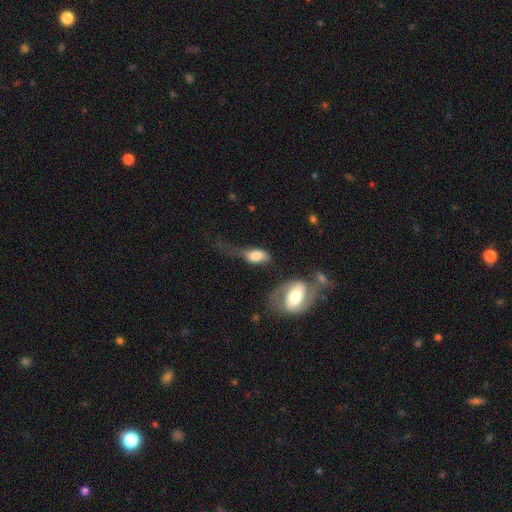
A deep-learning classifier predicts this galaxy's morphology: A smooth galaxy with no disk features (68%) that is in between round and cigar-shaped (85%).

Vote fractions:
- Smooth or featured? smooth: 68% / featured or disk: 25% / star or artifact: 7%
- How rounded? in between: 85% / cigar-shaped: 8% / round: 7%
- Merging? major disturbance: 41% / none: 23% / minor disturbance: 23% / merger: 14%